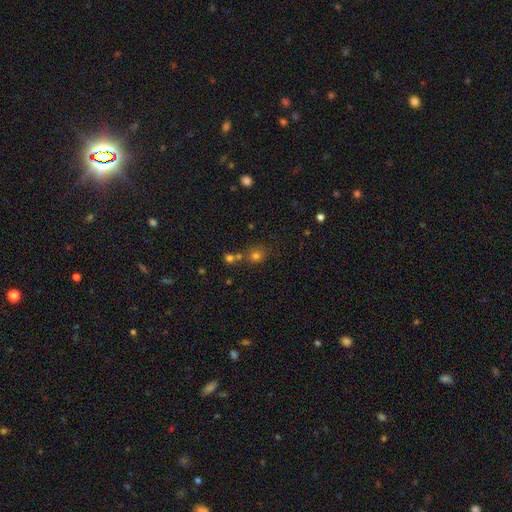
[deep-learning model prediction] Morphology: type=smooth (63%); roundness=round (80%); merging=none (68%).